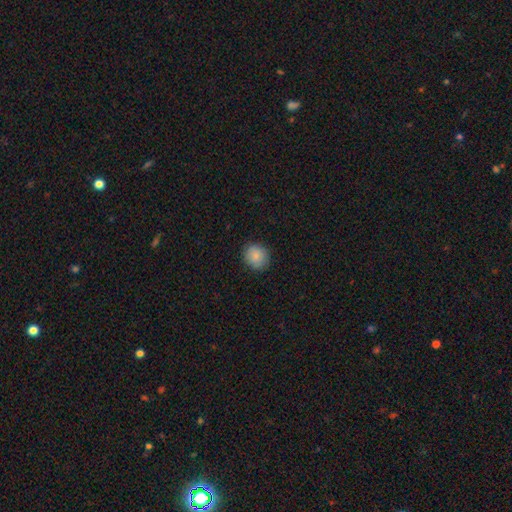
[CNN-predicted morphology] Smooth or featured? smooth (85%)
How rounded? round (87%)
Merging? none (89%)